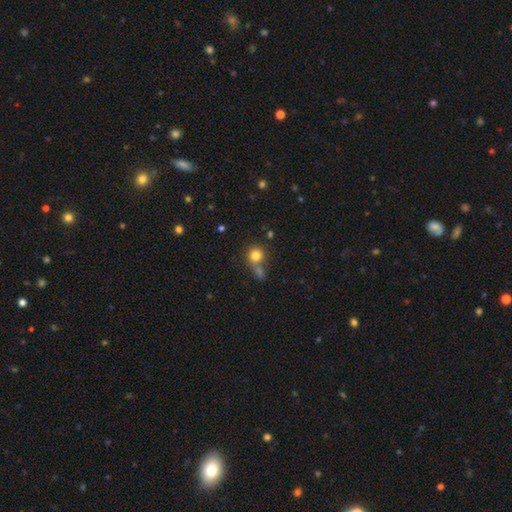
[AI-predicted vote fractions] smooth-or-featured: smooth: 79% | star or artifact: 12% | featured or disk: 9%
  how-rounded: round: 87% | in between: 12% | cigar-shaped: 1%
  merging: none: 53% | merger: 31% | minor disturbance: 11% | major disturbance: 6%